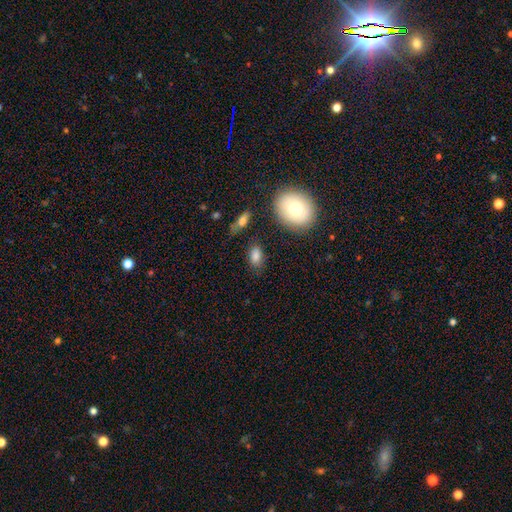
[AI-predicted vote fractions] smooth 82%, star or artifact 9%, featured or disk 8%. Down the decision tree: how rounded — in between (87%); merging — none (75%).